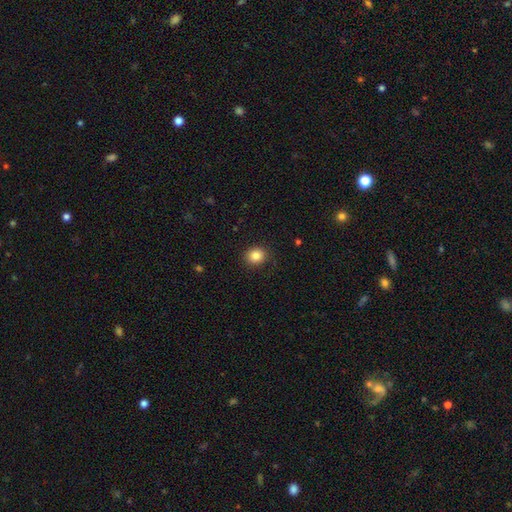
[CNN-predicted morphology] The model was most divided on "how rounded": round: 80%, in between: 19%, cigar-shaped: 1%. More confident: merging — none (87%); smooth or featured — smooth (85%).